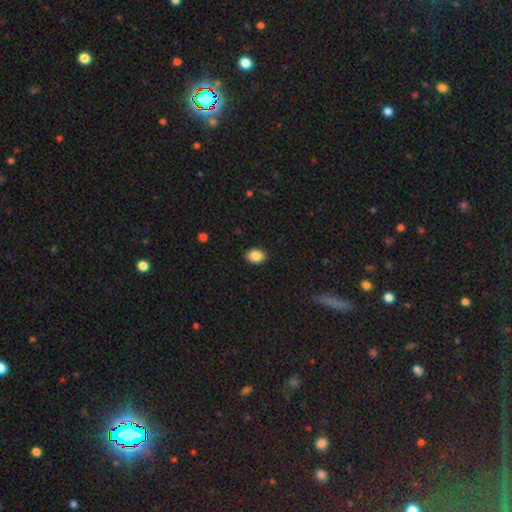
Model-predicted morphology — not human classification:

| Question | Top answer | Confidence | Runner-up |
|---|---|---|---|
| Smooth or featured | smooth | 87% | star or artifact (8%) |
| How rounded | in between | 68% | round (31%) |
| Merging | none | 90% | minor disturbance (7%) |